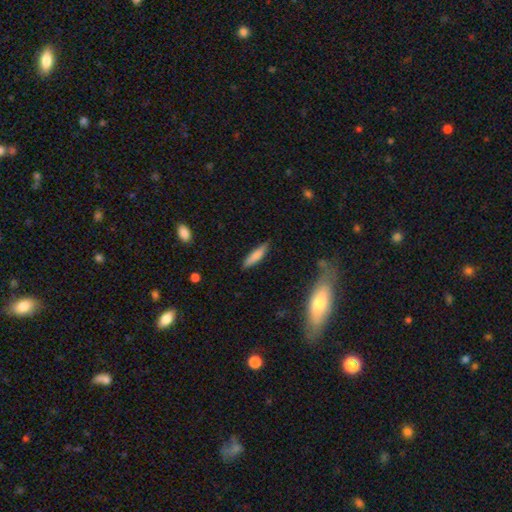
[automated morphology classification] type=smooth (79%); roundness=cigar-shaped (75%); merging=none (84%).